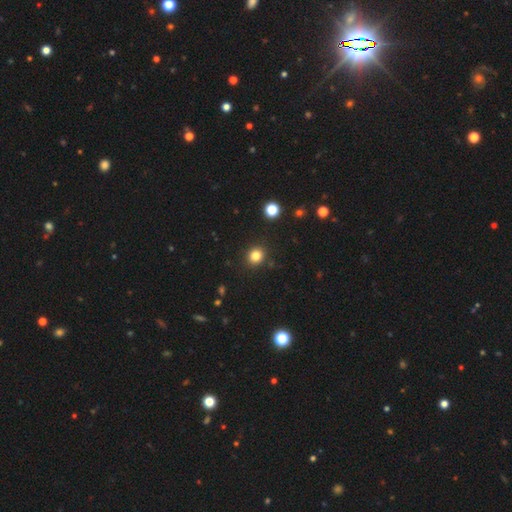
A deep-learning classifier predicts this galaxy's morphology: smooth-or-featured: smooth: 82% | star or artifact: 13% | featured or disk: 5%
  how-rounded: round: 82% | in between: 17% | cigar-shaped: 1%
  merging: none: 89% | minor disturbance: 7% | major disturbance: 2% | merger: 2%